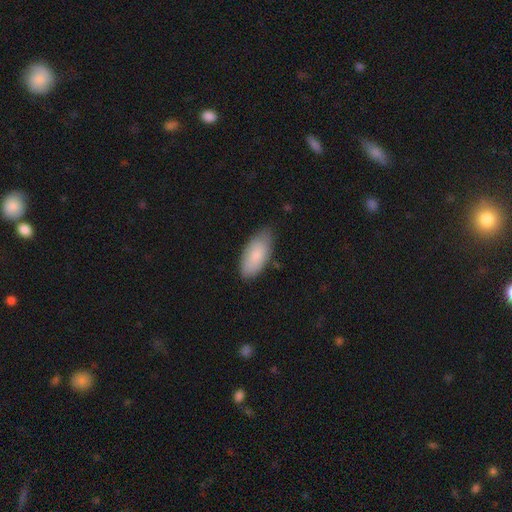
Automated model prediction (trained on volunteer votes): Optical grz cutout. It shows a smooth galaxy with no disk features (83%) that is in between round and cigar-shaped (92%). Merging: none (72%).